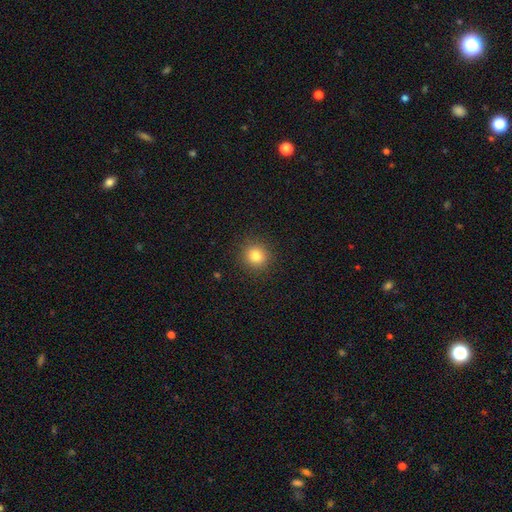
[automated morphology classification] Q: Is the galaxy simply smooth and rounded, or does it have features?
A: smooth — 82%.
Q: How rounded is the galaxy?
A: round — 91%.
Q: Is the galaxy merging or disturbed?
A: none — 91%.